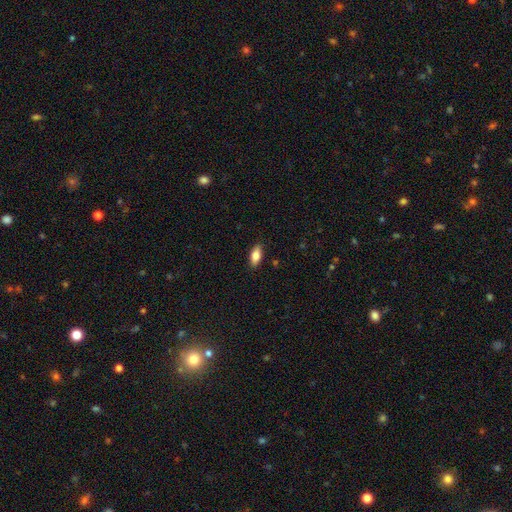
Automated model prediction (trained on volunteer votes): A smooth galaxy with no disk features (79%) that is in between round and cigar-shaped (86%).

Vote fractions:
- Smooth or featured? smooth: 79% / featured or disk: 14% / star or artifact: 7%
- How rounded? in between: 86% / cigar-shaped: 12% / round: 3%
- Merging? none: 87% / minor disturbance: 10% / major disturbance: 2% / merger: 1%